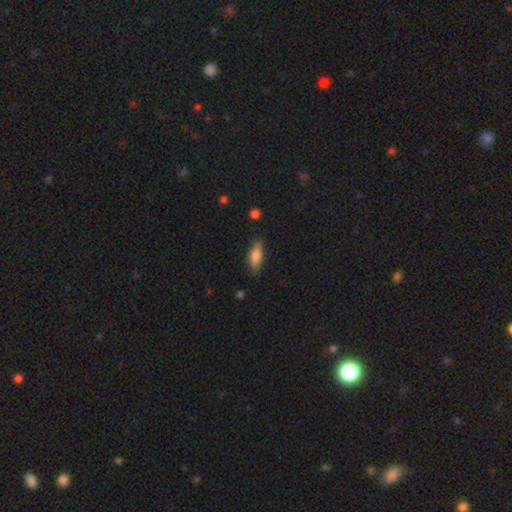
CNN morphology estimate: This appears to be a smooth galaxy with no disk features (78%) that is in between round and cigar-shaped (68%). Merging: none (79%).